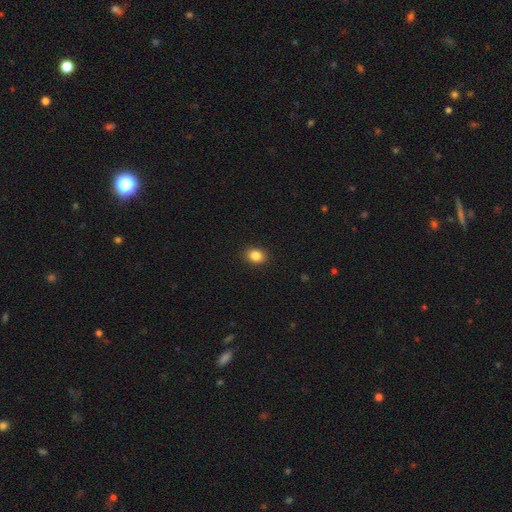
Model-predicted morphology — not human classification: The model was most divided on "how rounded": in between: 59%, round: 40%, cigar-shaped: 1%. More confident: merging — none (91%); smooth or featured — smooth (85%).